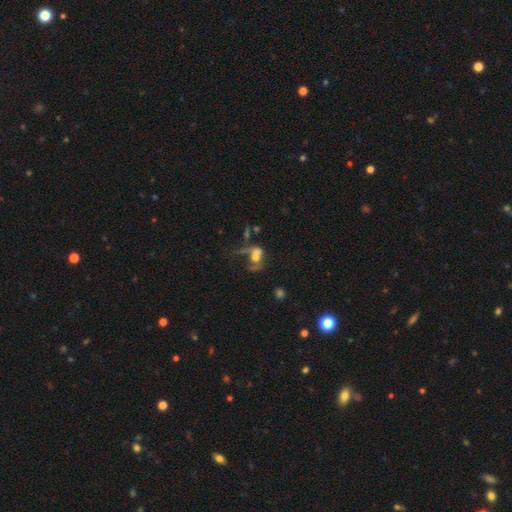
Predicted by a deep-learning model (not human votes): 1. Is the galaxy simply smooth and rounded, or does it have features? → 43% featured or disk, 40% smooth, 17% star or artifact.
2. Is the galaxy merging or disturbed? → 44% merger, 31% major disturbance, 16% none, 9% minor disturbance.